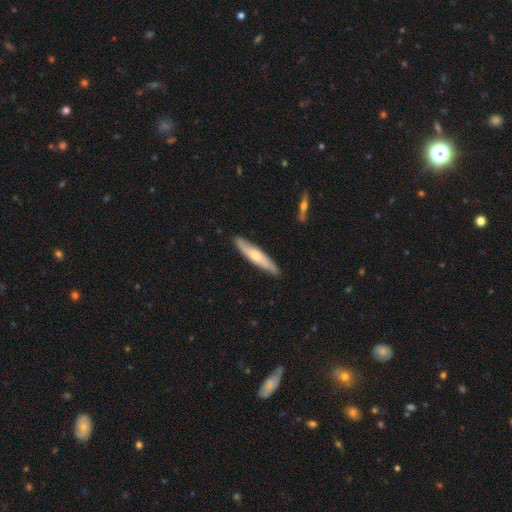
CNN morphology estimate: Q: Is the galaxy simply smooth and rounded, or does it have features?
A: featured or disk — 49%.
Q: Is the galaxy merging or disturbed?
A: none — 87%.